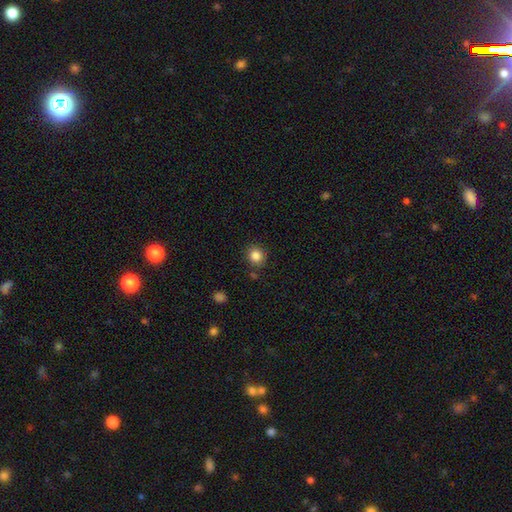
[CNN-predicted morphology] type=smooth (85%); roundness=round (85%); merging=none (85%).